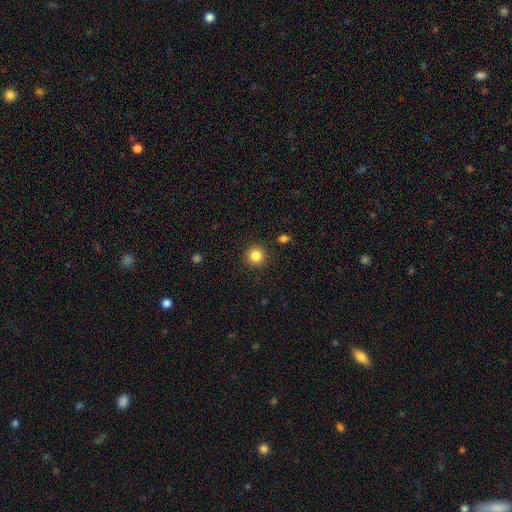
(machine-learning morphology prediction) The model was most divided on "smooth or featured": smooth: 84%, star or artifact: 11%, featured or disk: 5%. More confident: how rounded — round (95%); merging — none (91%).